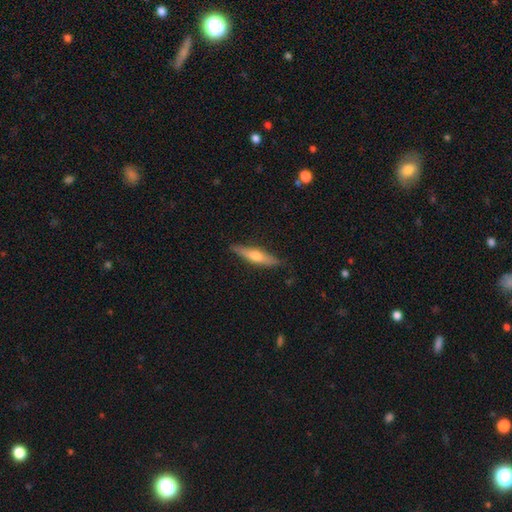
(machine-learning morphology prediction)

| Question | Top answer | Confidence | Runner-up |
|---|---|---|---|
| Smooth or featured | featured or disk | 54% | smooth (40%) |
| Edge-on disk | yes | 94% | no (6%) |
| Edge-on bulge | rounded | 88% | none (7%) |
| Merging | none | 87% | minor disturbance (10%) |